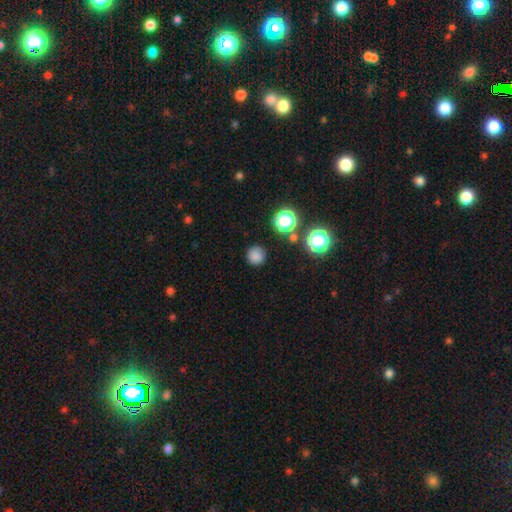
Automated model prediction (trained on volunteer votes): Smooth or featured?
  - smooth: 80% *
  - star or artifact: 16%
  - featured or disk: 4%
How rounded?
  - round: 94% *
  - in between: 5%
  - cigar-shaped: 1%
Merging?
  - none: 86% *
  - minor disturbance: 8%
  - merger: 3%
  - major disturbance: 3%